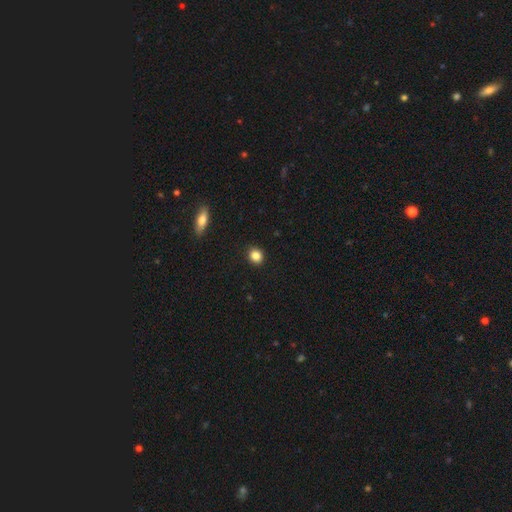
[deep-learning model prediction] This is clearly a smooth galaxy (85%). How rounded: likely round (71%). Merging: clearly none (91%).